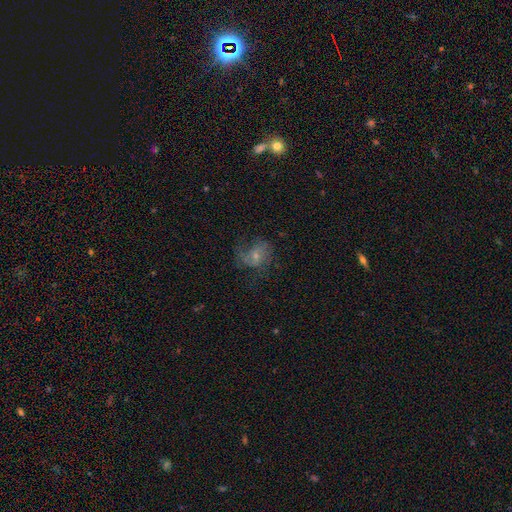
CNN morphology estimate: Smooth or featured?
  - featured or disk: 57% *
  - smooth: 32%
  - star or artifact: 11%
Edge-on disk?
  - no: 97% *
  - yes: 3%
Bar?
  - no: 63% *
  - weak: 31%
  - strong: 6%
Spiral arms?
  - yes: 77% *
  - no: 23%
Bulge size?
  - small: 60% *
  - moderate: 32%
  - none: 5%
  - large: 2%
  - dominant: 1%
Merging?
  - none: 48% *
  - major disturbance: 28%
  - minor disturbance: 23%
  - merger: 2%